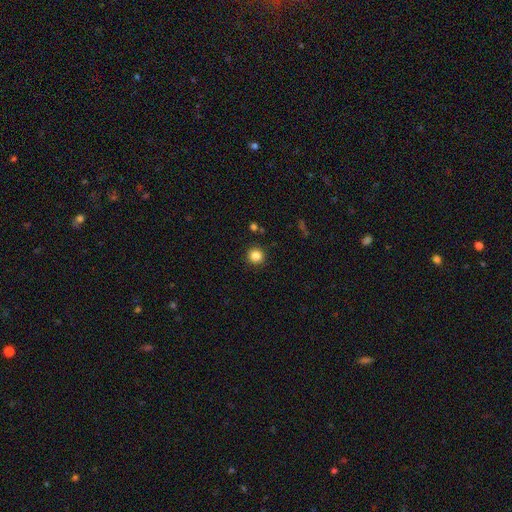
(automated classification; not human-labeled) Smooth or featured?
  - smooth: 84% *
  - star or artifact: 12%
  - featured or disk: 5%
How rounded?
  - round: 95% *
  - in between: 4%
  - cigar-shaped: 1%
Merging?
  - none: 91% *
  - minor disturbance: 5%
  - major disturbance: 2%
  - merger: 2%